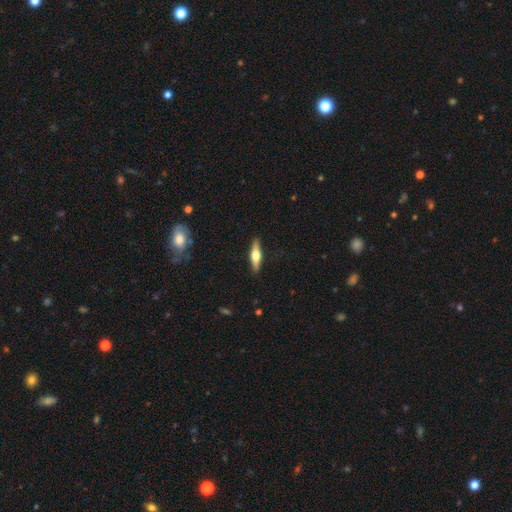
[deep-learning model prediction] Smooth or featured? featured or disk (58%)
Edge-on disk? yes (95%)
Edge-on bulge? rounded (93%)
Merging? none (89%)